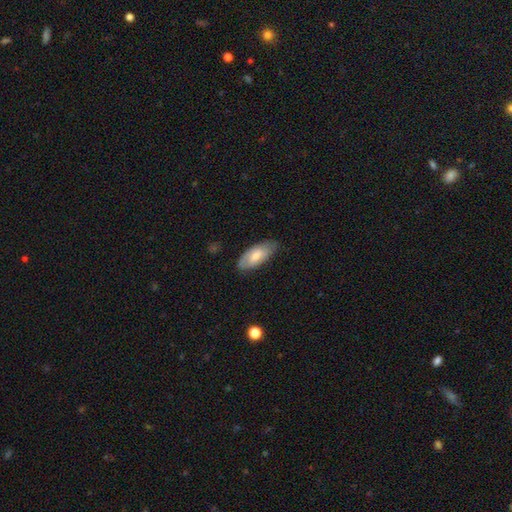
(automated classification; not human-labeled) smooth-or-featured: smooth: 67% | featured or disk: 27% | star or artifact: 6%
  how-rounded: in between: 89% | cigar-shaped: 9% | round: 2%
  merging: none: 73% | minor disturbance: 22% | major disturbance: 4% | merger: 1%